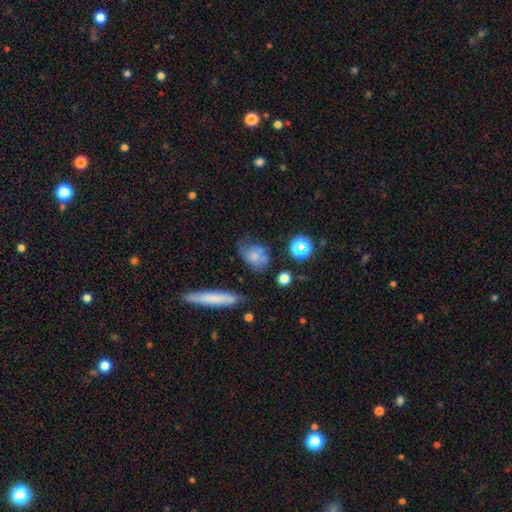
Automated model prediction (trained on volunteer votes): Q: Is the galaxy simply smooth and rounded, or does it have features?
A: smooth — 64%.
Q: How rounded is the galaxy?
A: in between — 61%.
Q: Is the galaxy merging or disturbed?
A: none — 47%.